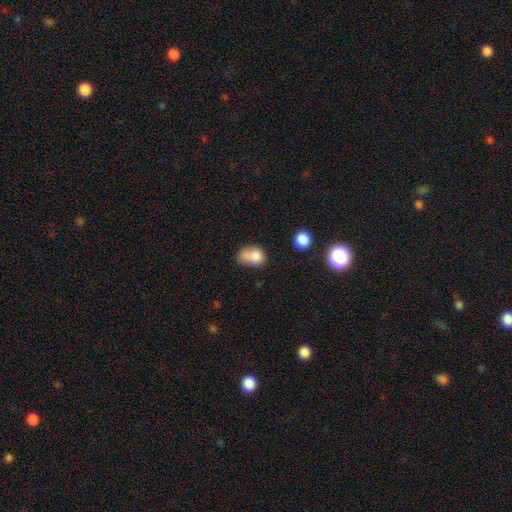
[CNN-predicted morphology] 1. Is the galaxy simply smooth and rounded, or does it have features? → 77% smooth, 12% featured or disk, 11% star or artifact.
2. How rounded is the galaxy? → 61% in between, 38% round, 1% cigar-shaped.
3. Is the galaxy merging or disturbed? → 35% merger, 28% none, 23% minor disturbance, 13% major disturbance.